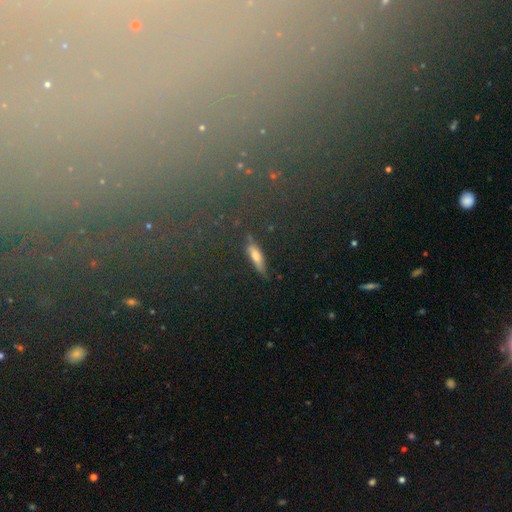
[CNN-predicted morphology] A smooth galaxy with no disk features (59%) that is cigar-shaped (67%).

Vote fractions:
- Smooth or featured? smooth: 59% / featured or disk: 30% / star or artifact: 11%
- How rounded? cigar-shaped: 67% / in between: 29% / round: 4%
- Merging? none: 76% / minor disturbance: 16% / major disturbance: 5% / merger: 3%